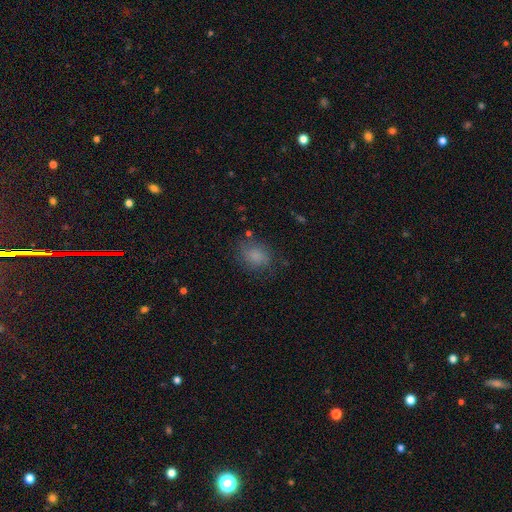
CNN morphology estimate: Overall: smooth (79%). How rounded: in between (57%; round 41%). Merging: none (72%).